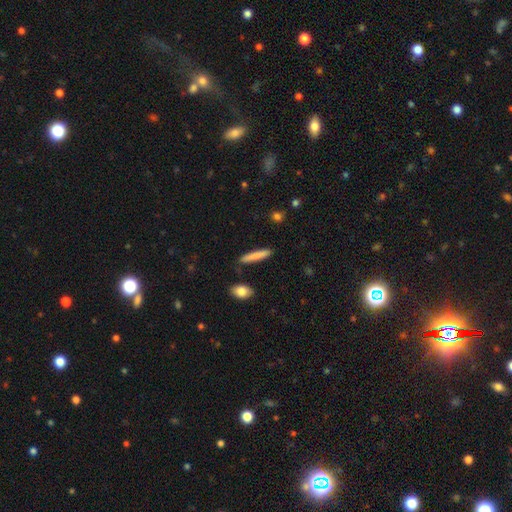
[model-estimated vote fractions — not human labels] smooth_or_featured: smooth (p=0.81) [alt: featured or disk p=0.13]
how_rounded: cigar-shaped (p=0.91) [alt: in between p=0.08]
merging: none (p=0.89) [alt: minor disturbance p=0.07]